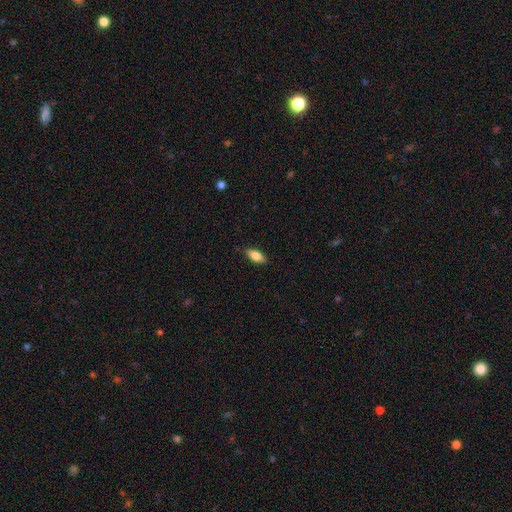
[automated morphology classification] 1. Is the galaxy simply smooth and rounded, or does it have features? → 79% smooth, 14% featured or disk, 7% star or artifact.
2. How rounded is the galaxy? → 81% in between, 16% cigar-shaped, 3% round.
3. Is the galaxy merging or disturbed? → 85% none, 11% minor disturbance, 2% major disturbance, 1% merger.